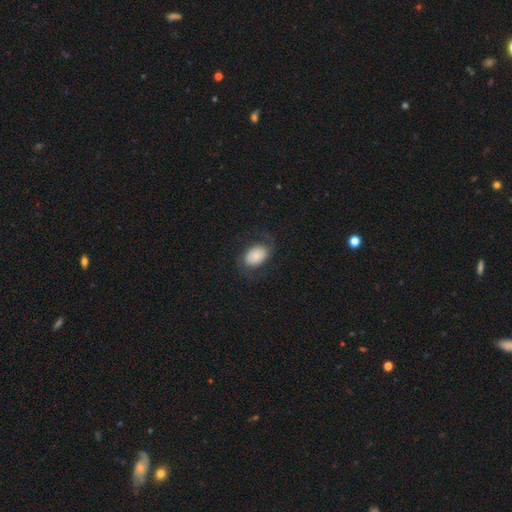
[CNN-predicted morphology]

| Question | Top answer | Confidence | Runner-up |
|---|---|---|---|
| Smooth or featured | smooth | 62% | featured or disk (30%) |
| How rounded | in between | 84% | round (15%) |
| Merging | none | 67% | minor disturbance (17%) |